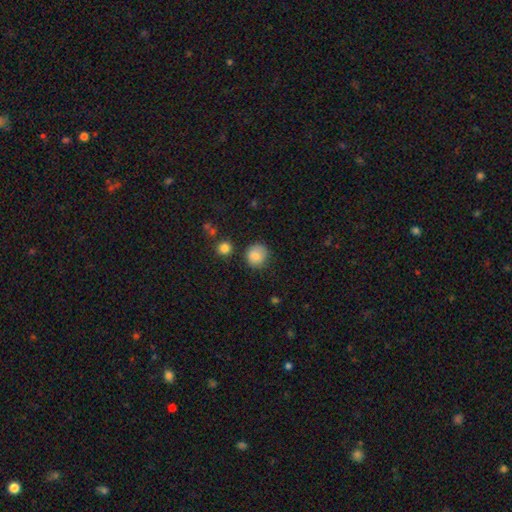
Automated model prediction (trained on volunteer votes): A smooth galaxy with no disk features (84%) that is round (87%).

Vote fractions:
- Smooth or featured? smooth: 84% / star or artifact: 9% / featured or disk: 7%
- How rounded? round: 87% / in between: 12% / cigar-shaped: 1%
- Merging? none: 78% / minor disturbance: 15% / major disturbance: 4% / merger: 3%